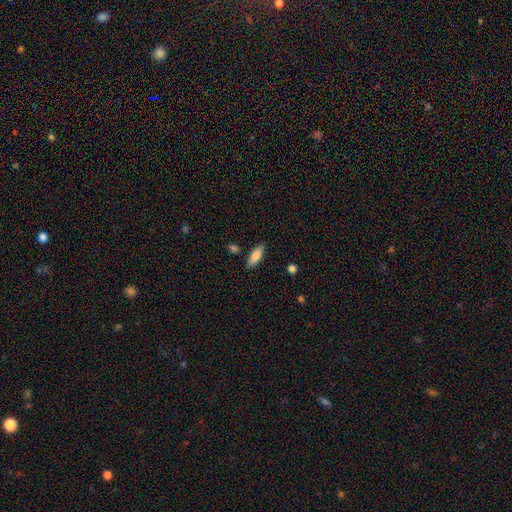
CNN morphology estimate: This appears to be a smooth galaxy with no disk features (81%) that is in between round and cigar-shaped (69%). Merging: none (84%).